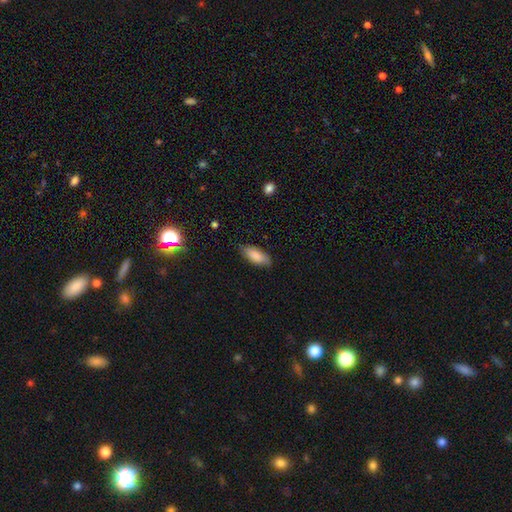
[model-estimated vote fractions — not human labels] This appears to be a smooth galaxy with no disk features (83%) that is in between round and cigar-shaped (81%). Merging: none (80%).